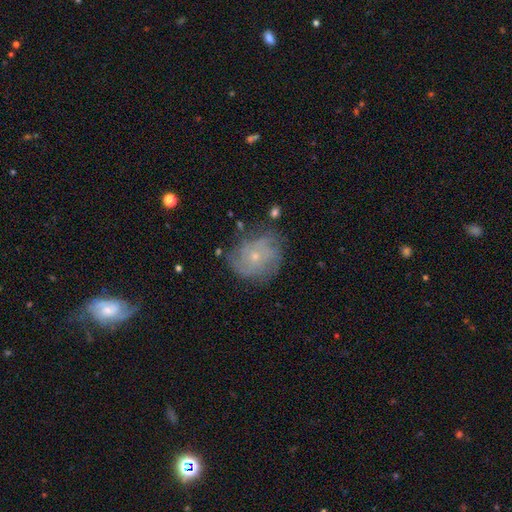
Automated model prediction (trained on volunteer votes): Smooth or featured?
  - featured or disk: 60% *
  - smooth: 29%
  - star or artifact: 10%
Edge-on disk?
  - no: 97% *
  - yes: 3%
Bar?
  - no: 84% *
  - weak: 14%
  - strong: 2%
Spiral arms?
  - yes: 79% *
  - no: 21%
Bulge size?
  - small: 76% *
  - moderate: 20%
  - none: 2%
  - large: 1%
  - dominant: 1%
Merging?
  - none: 66% *
  - minor disturbance: 22%
  - major disturbance: 10%
  - merger: 2%